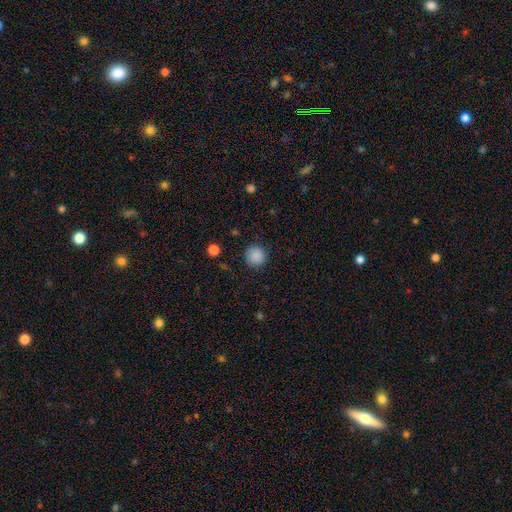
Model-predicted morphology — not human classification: A smooth galaxy with no disk features (87%) that is round (94%).

Vote fractions:
- Smooth or featured? smooth: 87% / star or artifact: 9% / featured or disk: 3%
- How rounded? round: 94% / in between: 5% / cigar-shaped: 1%
- Merging? none: 89% / minor disturbance: 7% / major disturbance: 2% / merger: 1%